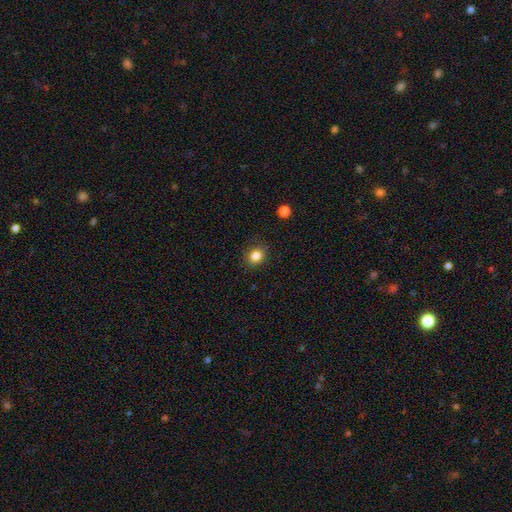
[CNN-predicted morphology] Q: Smooth or featured?
A: smooth (83%); runner-up: star or artifact (11%)
Q: How rounded?
A: round (73%); runner-up: in between (26%)
Q: Merging?
A: none (87%); runner-up: minor disturbance (9%)